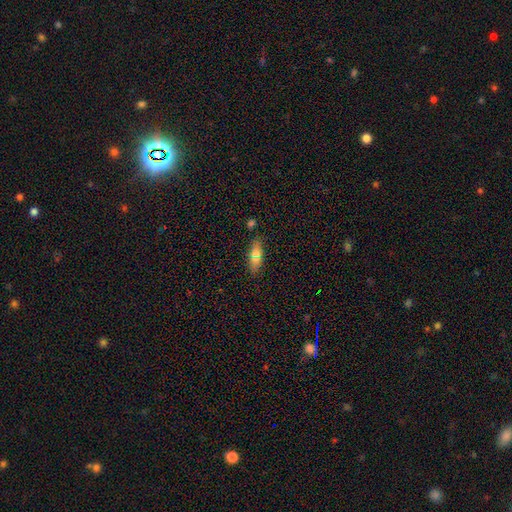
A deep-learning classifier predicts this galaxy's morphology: type=smooth (71%); roundness=in between (55%); merging=none (81%).